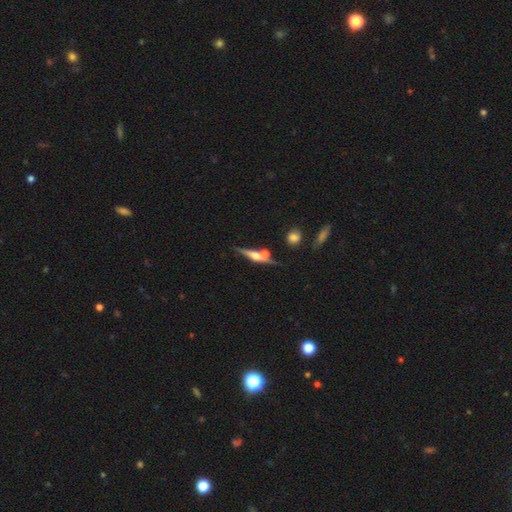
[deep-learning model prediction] smooth_or_featured: featured or disk (p=0.65) [alt: smooth p=0.26]
disk_edge_on: yes (p=0.93) [alt: no p=0.07]
edge_on_bulge: rounded (p=0.83) [alt: boxy p=0.10]
merging: none (p=0.62) [alt: merger p=0.22]